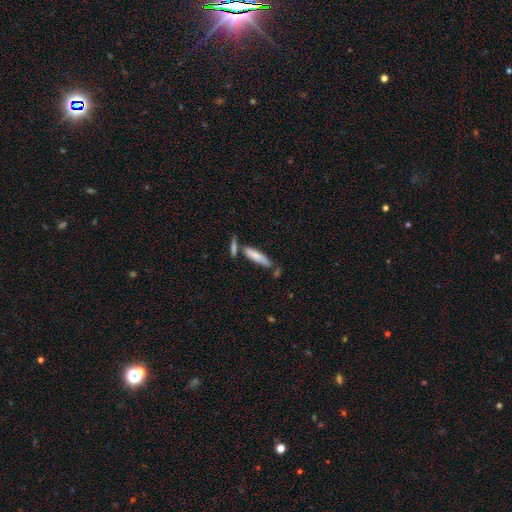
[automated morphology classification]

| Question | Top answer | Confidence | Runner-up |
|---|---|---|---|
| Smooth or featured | smooth | 75% | featured or disk (18%) |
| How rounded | cigar-shaped | 67% | in between (31%) |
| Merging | none | 56% | merger (23%) |